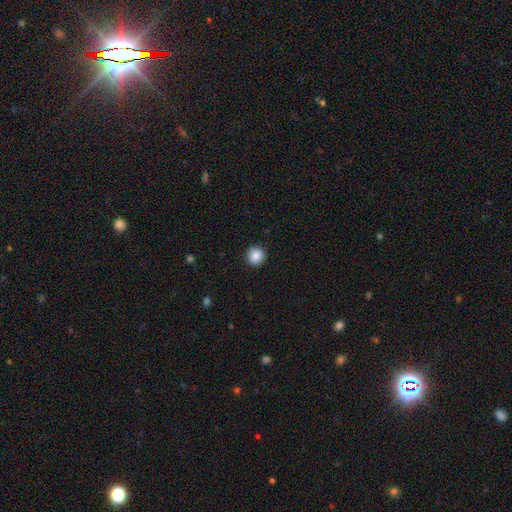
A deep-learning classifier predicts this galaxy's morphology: The model was most divided on "smooth or featured": smooth: 87%, star or artifact: 9%, featured or disk: 4%. More confident: how rounded — round (93%); merging — none (90%).